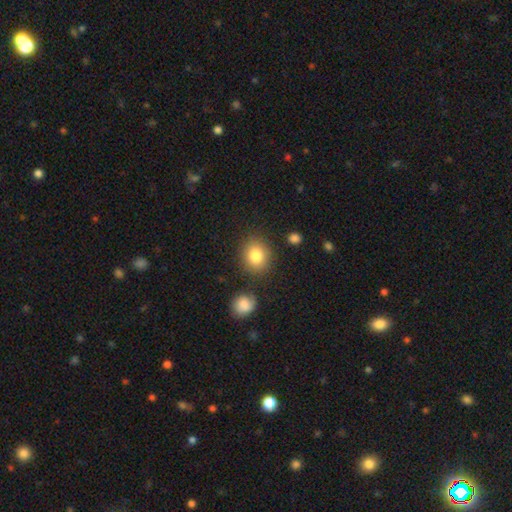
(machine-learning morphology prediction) Overall: smooth (83%). How rounded: round (74%). Merging: none (82%).